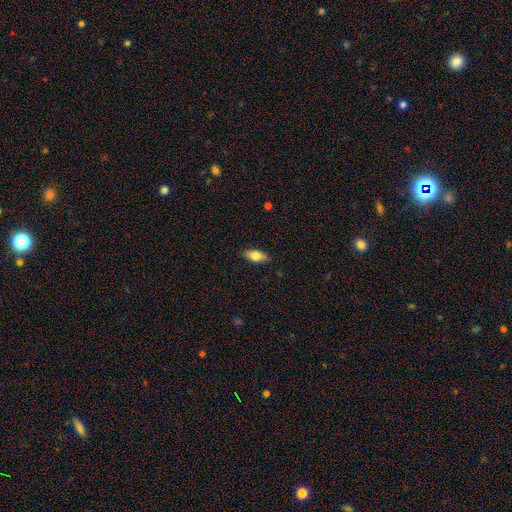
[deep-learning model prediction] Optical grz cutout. It shows a smooth galaxy with no disk features (73%) that is in between round and cigar-shaped (82%). Merging: none (87%).